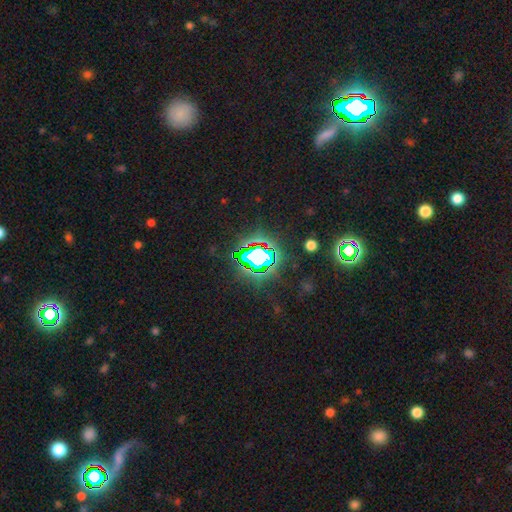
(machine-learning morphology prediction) Q: Smooth or featured?
A: star or artifact (74%); runner-up: smooth (15%)